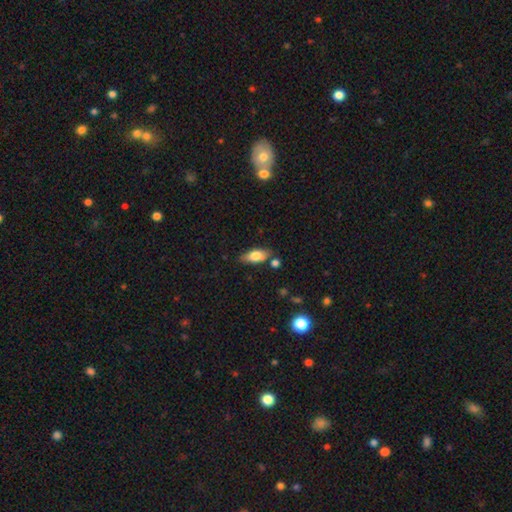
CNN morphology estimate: smooth 69%, featured or disk 23%, star or artifact 7%. Down the decision tree: how rounded — in between (79%); merging — none (74%).